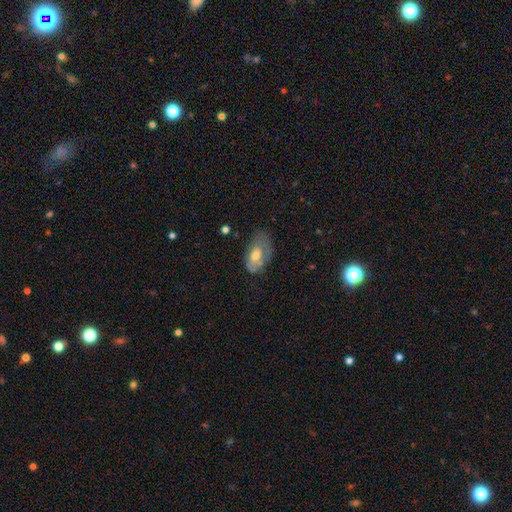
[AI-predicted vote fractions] Smooth or featured? Predicted: smooth (p=0.50). How rounded? Predicted: in between (p=0.90). Merging? Predicted: none (p=0.45).